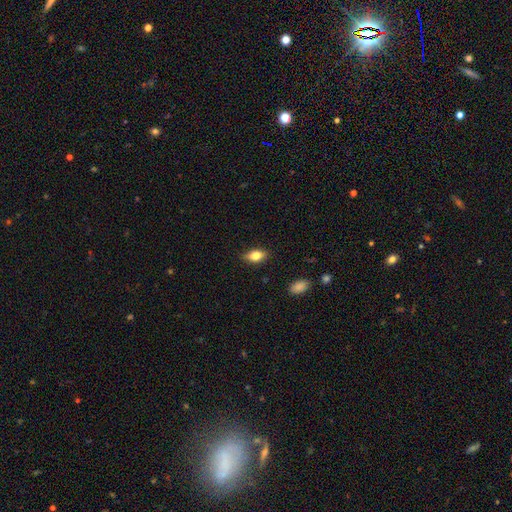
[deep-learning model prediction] Smooth or featured: smooth — 75% (featured or disk — 17%)
How rounded: in between — 84% (round — 8%)
Merging: none — 84% (minor disturbance — 13%)